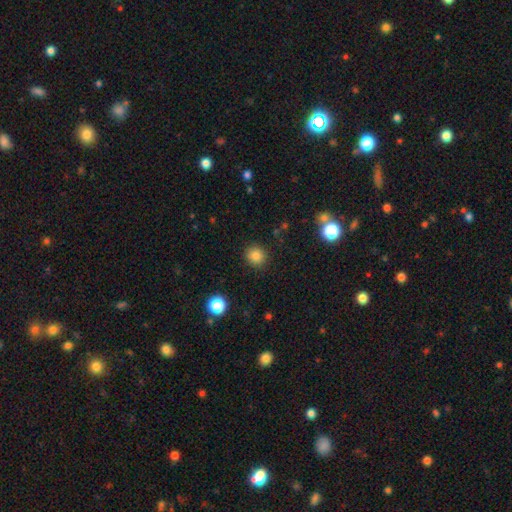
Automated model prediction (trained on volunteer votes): Overall: smooth (83%). How rounded: round (88%). Merging: none (90%).